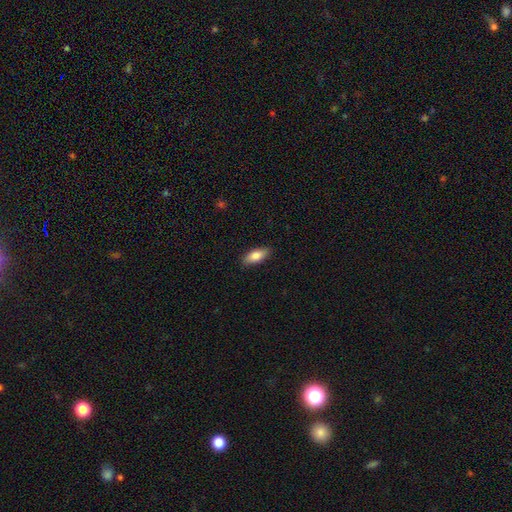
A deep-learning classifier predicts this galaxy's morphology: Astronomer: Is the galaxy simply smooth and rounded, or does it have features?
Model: smooth — 81%.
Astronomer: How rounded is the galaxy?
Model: in between — 78%.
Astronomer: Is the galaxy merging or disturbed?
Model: none — 88%.